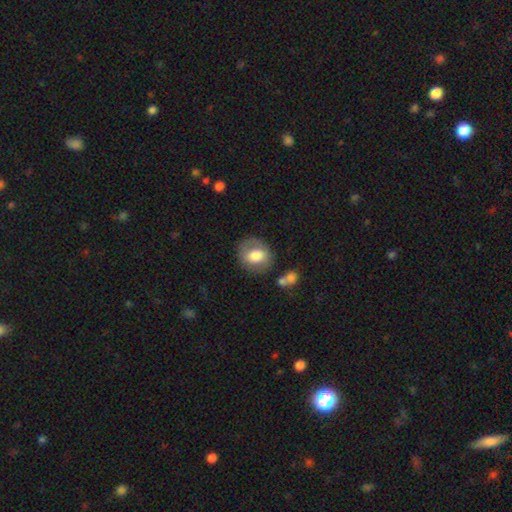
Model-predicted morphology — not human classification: Smooth or featured? Predicted: smooth (p=0.69). How rounded? Predicted: round (p=0.62). Merging? Predicted: none (p=0.71).